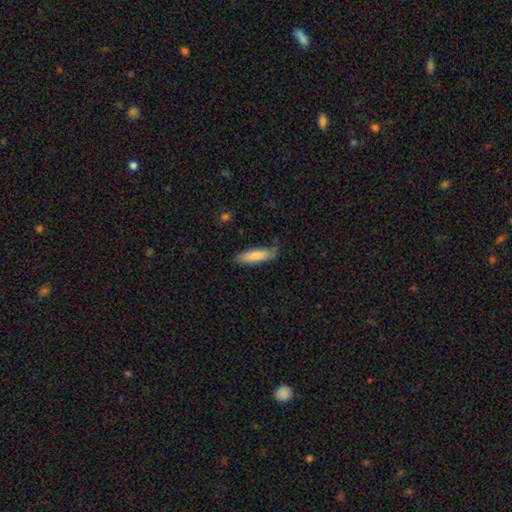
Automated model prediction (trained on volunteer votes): A smooth galaxy with no disk features (81%) that is cigar-shaped (65%). Merging: none (82%).